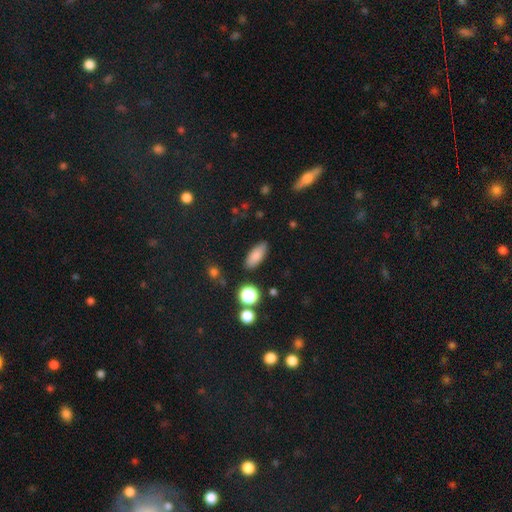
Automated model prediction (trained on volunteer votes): Smooth or featured? smooth (83%)
How rounded? in between (79%)
Merging? none (85%)